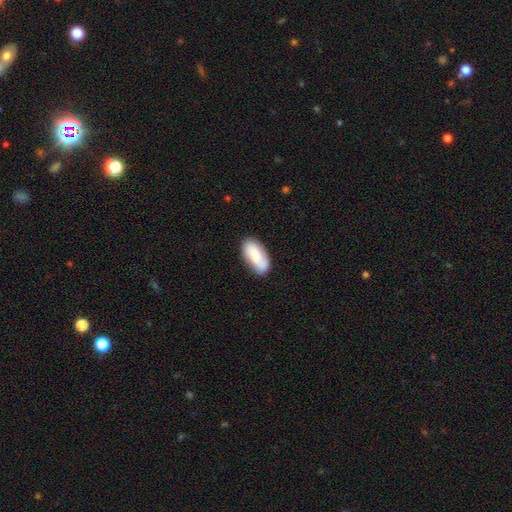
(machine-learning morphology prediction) The model was most divided on "merging": none: 75%, minor disturbance: 18%, major disturbance: 4%, merger: 3%. More confident: how rounded — in between (90%); smooth or featured — smooth (83%).